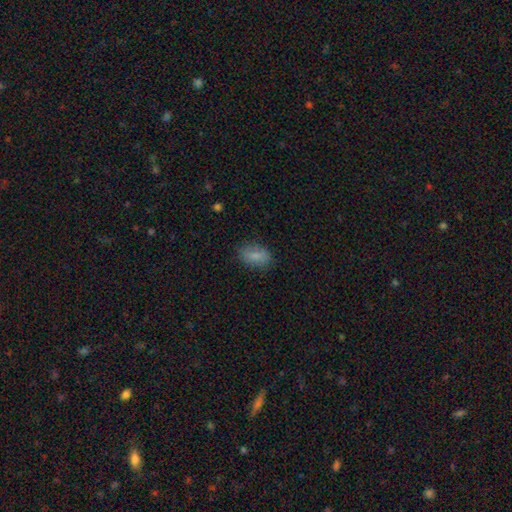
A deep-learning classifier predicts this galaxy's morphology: This is clearly a smooth galaxy (81%). How rounded: clearly in between (89%). Merging: clearly none (81%).